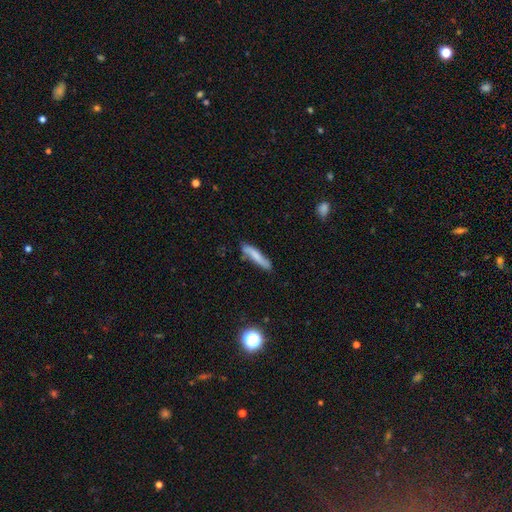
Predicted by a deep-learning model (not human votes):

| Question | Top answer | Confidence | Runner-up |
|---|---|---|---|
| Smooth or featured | smooth | 68% | featured or disk (26%) |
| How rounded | cigar-shaped | 87% | in between (12%) |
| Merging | none | 73% | minor disturbance (20%) |